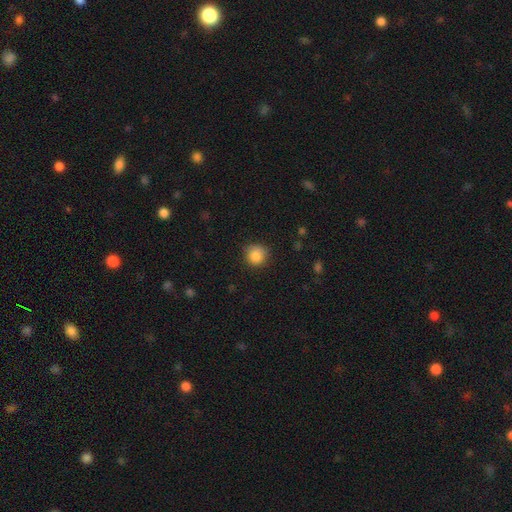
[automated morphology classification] Smooth or featured? smooth (86%)
How rounded? round (91%)
Merging? none (83%)